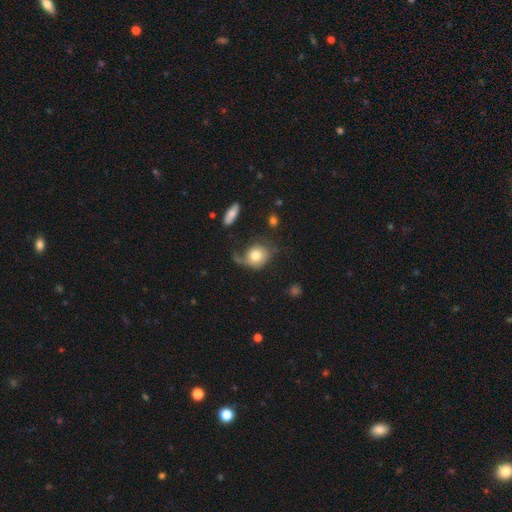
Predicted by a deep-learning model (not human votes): A smooth galaxy with no disk features (69%) that is round (69%).

Vote fractions:
- Smooth or featured? smooth: 69% / featured or disk: 24% / star or artifact: 8%
- How rounded? round: 69% / in between: 30% / cigar-shaped: 1%
- Merging? none: 38% / major disturbance: 32% / minor disturbance: 23% / merger: 7%